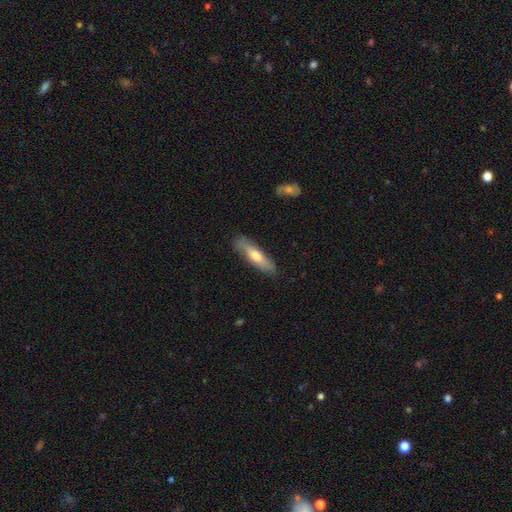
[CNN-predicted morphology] Smooth or featured?
  - smooth: 60% *
  - featured or disk: 35%
  - star or artifact: 6%
How rounded?
  - cigar-shaped: 68% *
  - in between: 30%
  - round: 2%
Merging?
  - none: 80% *
  - minor disturbance: 16%
  - major disturbance: 3%
  - merger: 1%